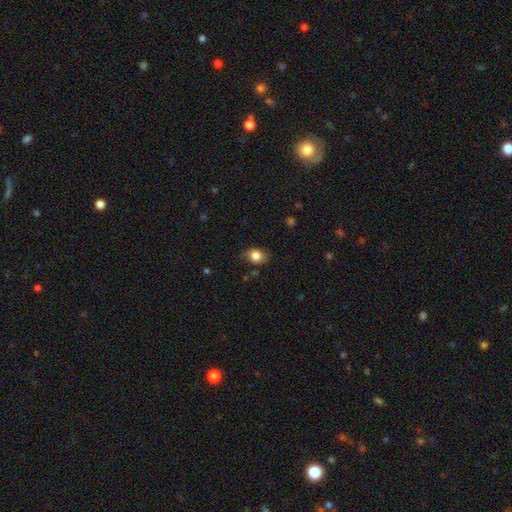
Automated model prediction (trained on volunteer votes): Overall: smooth (83%). How rounded: in between (55%; round 44%). Merging: none (74%).